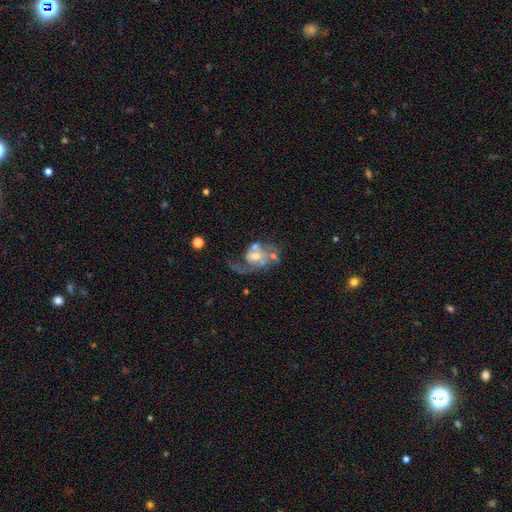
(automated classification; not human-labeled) Smooth or featured? featured or disk (76%)
Edge-on disk? no (97%)
Bar? no (61%)
Spiral arms? yes (80%)
Spiral winding? loose (47%)
Spiral arm count? 1 (46%)
Bulge size? moderate (53%)
Merging? major disturbance (36%)